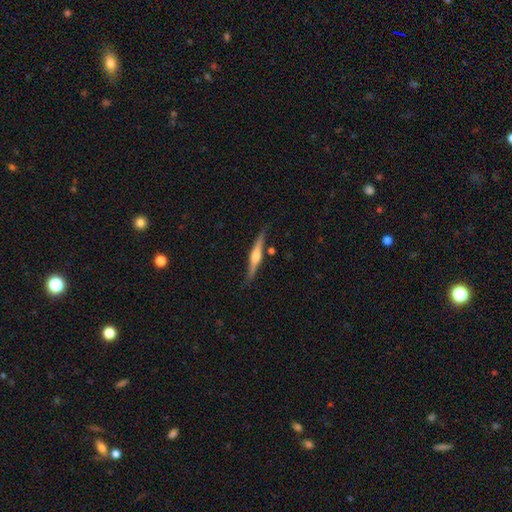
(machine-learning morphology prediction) The model was most divided on "smooth or featured": featured or disk: 71%, smooth: 24%, star or artifact: 6%. More confident: edge-on disk — yes (97%); edge-on bulge — rounded (84%); merging — none (82%).